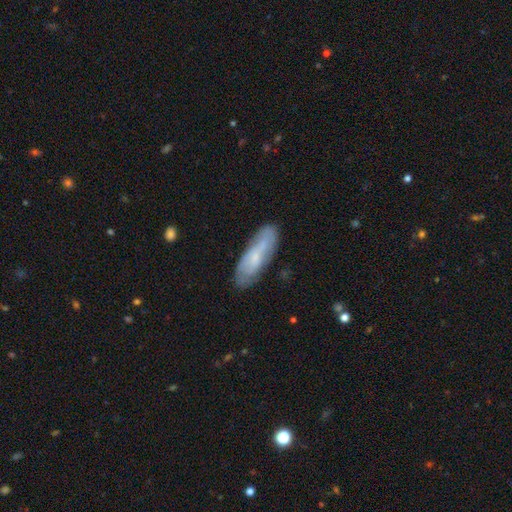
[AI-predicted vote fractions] A smooth galaxy with no disk features (49%). Merging: none (77%).